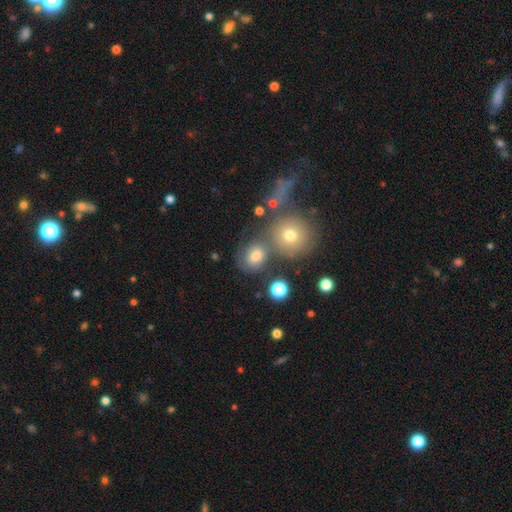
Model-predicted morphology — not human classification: A smooth galaxy with no disk features (69%) that is round (56%). Merging: none (54%).